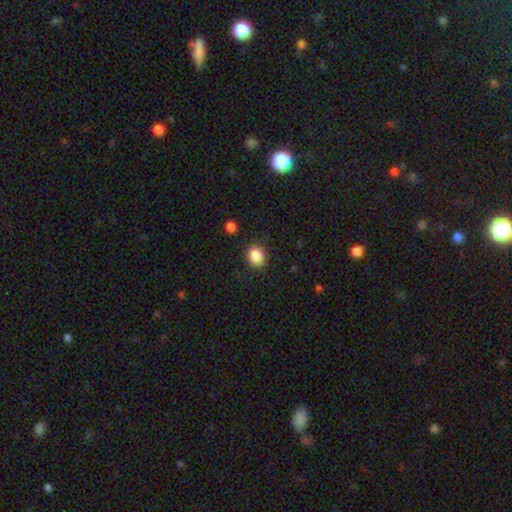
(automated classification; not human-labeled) smooth_or_featured: smooth (p=0.87) [alt: star or artifact p=0.09]
how_rounded: in between (p=0.50) [alt: round p=0.49]
merging: none (p=0.86) [alt: minor disturbance p=0.10]